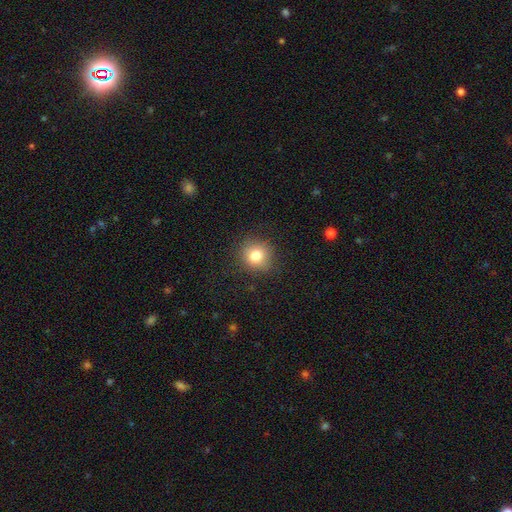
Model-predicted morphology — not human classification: This appears to be a smooth galaxy with no disk features (80%) that is round (87%). Merging: none (88%).